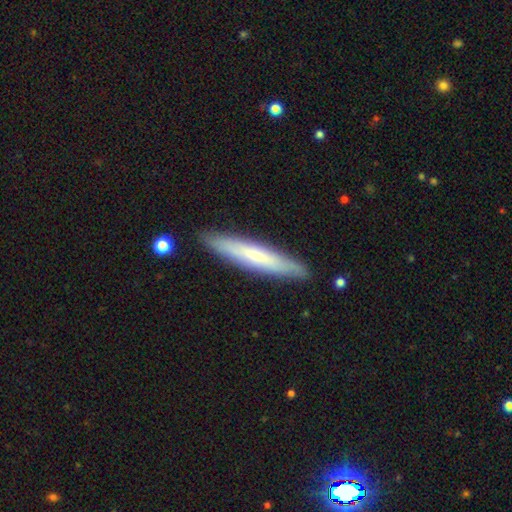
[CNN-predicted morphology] Smooth or featured?
  - smooth: 51% *
  - featured or disk: 43%
  - star or artifact: 6%
How rounded?
  - cigar-shaped: 90% *
  - in between: 9%
  - round: 1%
Merging?
  - none: 88% *
  - minor disturbance: 9%
  - major disturbance: 2%
  - merger: 1%